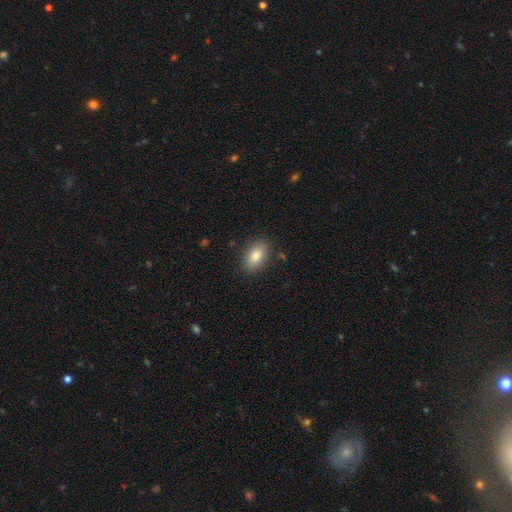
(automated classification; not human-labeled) This is clearly a smooth galaxy (85%). How rounded: clearly in between (89%). Merging: clearly none (86%).